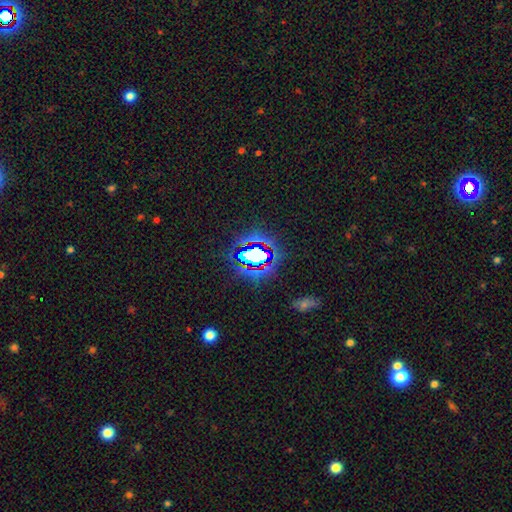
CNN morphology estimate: star or artifact 69%, smooth 19%, featured or disk 12%.